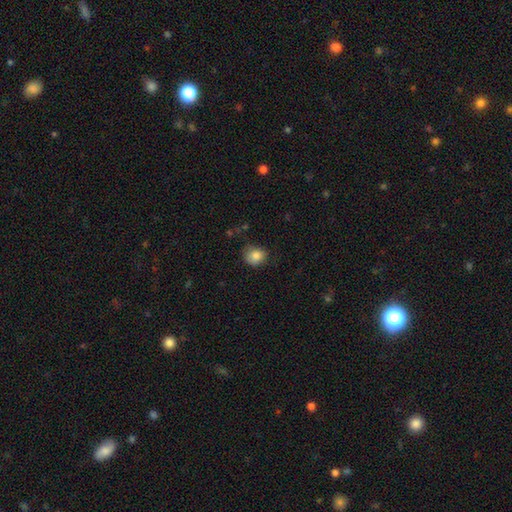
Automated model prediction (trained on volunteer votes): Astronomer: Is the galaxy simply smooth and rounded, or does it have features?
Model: smooth — 83%.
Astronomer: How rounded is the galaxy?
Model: round — 65%.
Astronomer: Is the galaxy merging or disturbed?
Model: none — 63%.